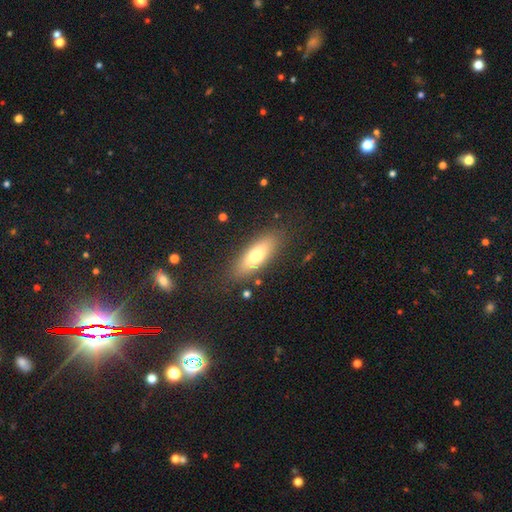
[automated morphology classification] A smooth galaxy with no disk features (71%) that is in between round and cigar-shaped (63%). Merging: none (84%).